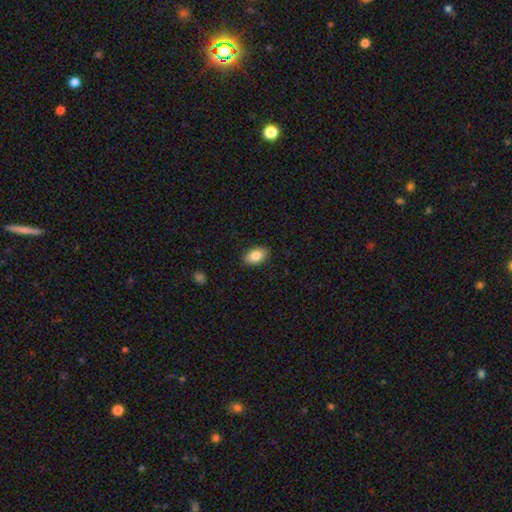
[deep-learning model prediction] smooth 84%, featured or disk 9%, star or artifact 7%. Down the decision tree: how rounded — in between (91%); merging — none (88%).